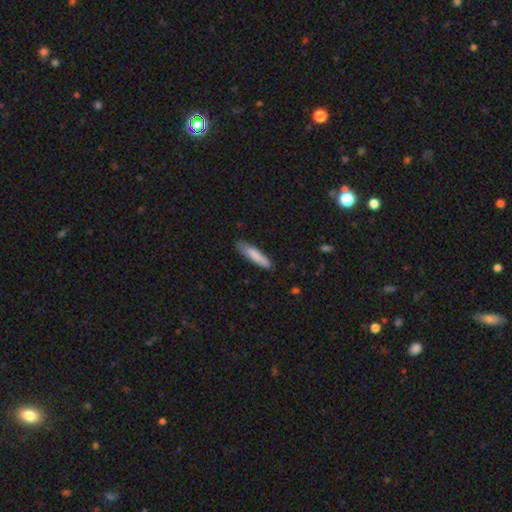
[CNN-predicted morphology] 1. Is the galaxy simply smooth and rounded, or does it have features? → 82% smooth, 12% featured or disk, 6% star or artifact.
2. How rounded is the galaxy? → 78% cigar-shaped, 21% in between, 1% round.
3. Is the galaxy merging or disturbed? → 76% none, 19% minor disturbance, 3% major disturbance, 1% merger.